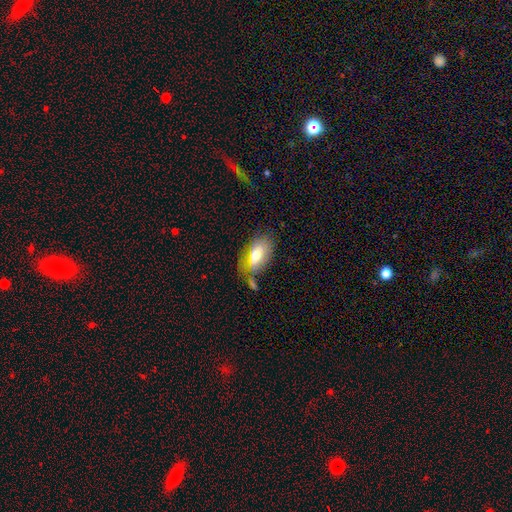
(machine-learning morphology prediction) type=smooth (69%); roundness=in between (91%); merging=none (53%).